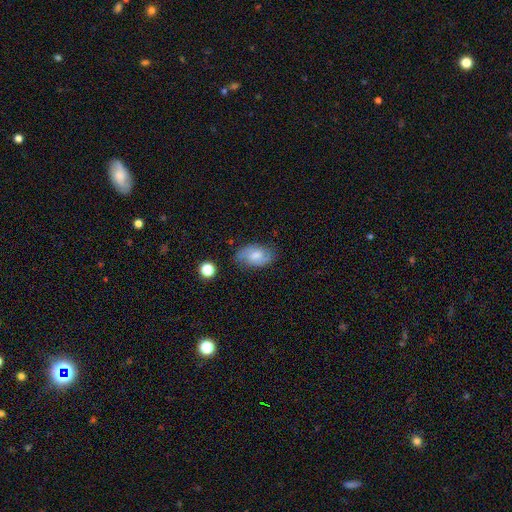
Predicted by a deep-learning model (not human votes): smooth_or_featured: smooth (p=0.49) [alt: featured or disk p=0.42]
merging: none (p=0.72) [alt: minor disturbance p=0.20]